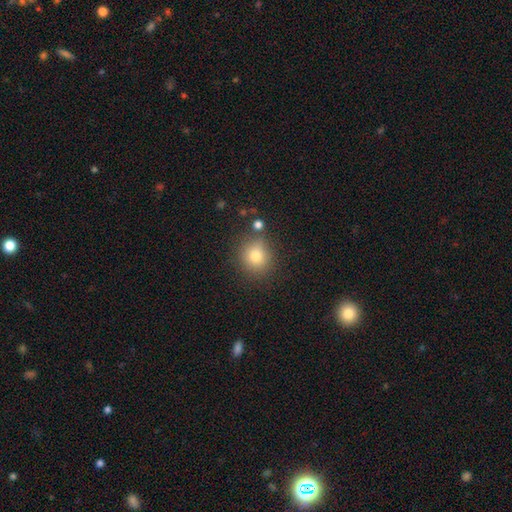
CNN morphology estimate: Smooth or featured?
  - smooth: 78% *
  - star or artifact: 13%
  - featured or disk: 9%
How rounded?
  - round: 85% *
  - in between: 14%
  - cigar-shaped: 1%
Merging?
  - none: 77% *
  - minor disturbance: 12%
  - merger: 6%
  - major disturbance: 4%